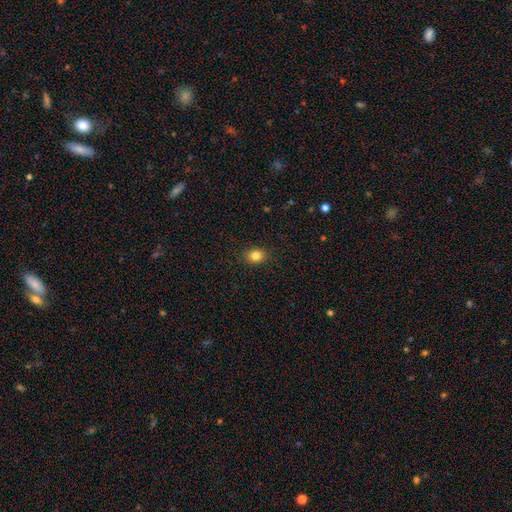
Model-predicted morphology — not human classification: Smooth or featured? smooth (83%)
How rounded? in between (50%)
Merging? none (89%)